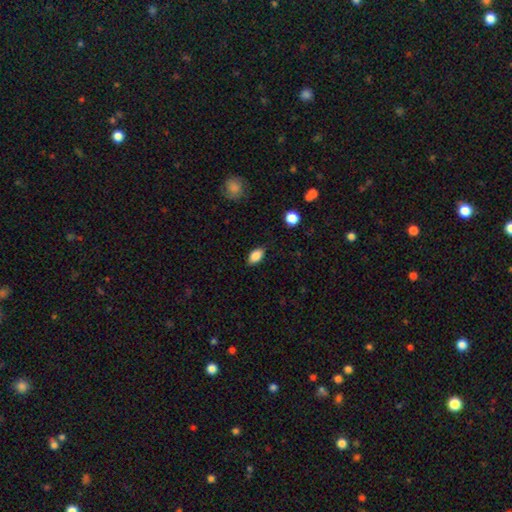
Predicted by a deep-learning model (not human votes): Smooth or featured? Predicted: smooth (p=0.87). How rounded? Predicted: in between (p=0.91). Merging? Predicted: none (p=0.85).